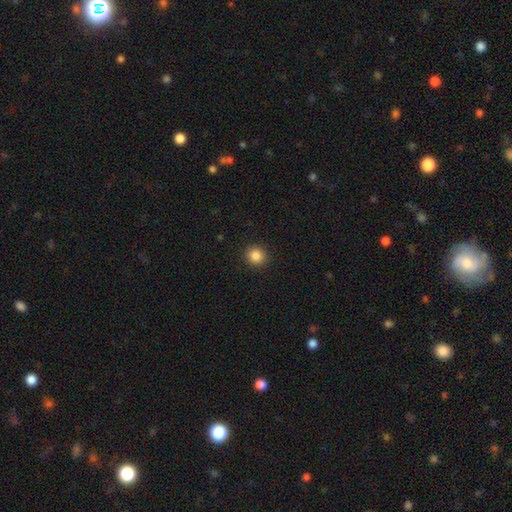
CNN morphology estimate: Smooth or featured? Predicted: smooth (p=0.87). How rounded? Predicted: round (p=0.91). Merging? Predicted: none (p=0.92).